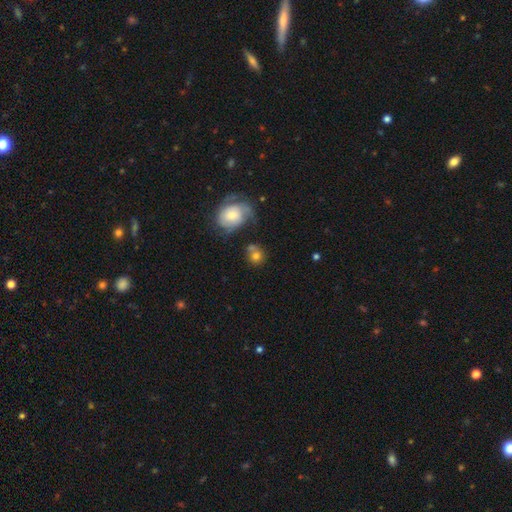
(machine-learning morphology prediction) This is likely a smooth galaxy (69%). How rounded: clearly round (82%). Merging: possibly none (51%).